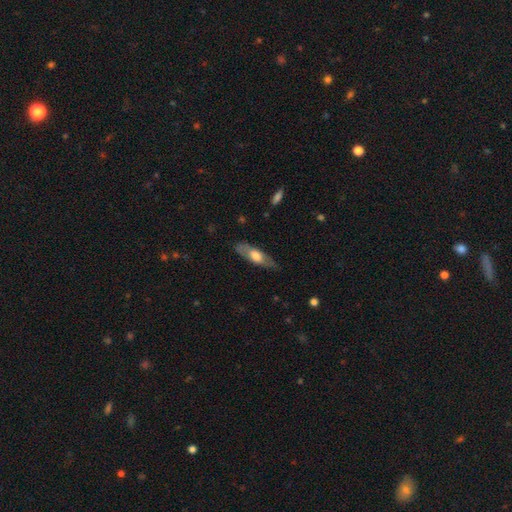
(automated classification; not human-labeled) Overall: smooth (51%; featured or disk 44%). How rounded: in between (53%; cigar-shaped 45%). Merging: none (75%).